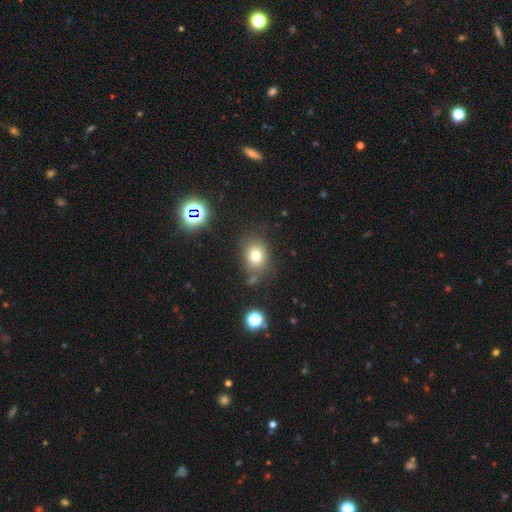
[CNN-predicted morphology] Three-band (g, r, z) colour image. It shows a smooth galaxy with no disk features (75%) that is round (58%). Merging: none (73%).